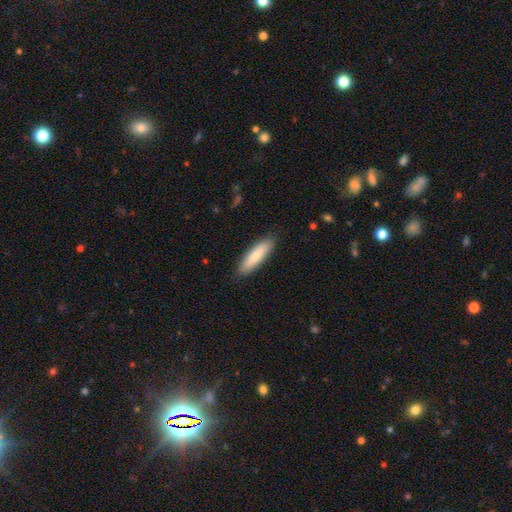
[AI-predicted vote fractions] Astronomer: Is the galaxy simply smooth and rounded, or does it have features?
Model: smooth — 82%.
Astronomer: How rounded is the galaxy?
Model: cigar-shaped — 63%.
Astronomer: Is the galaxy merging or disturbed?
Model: none — 87%.